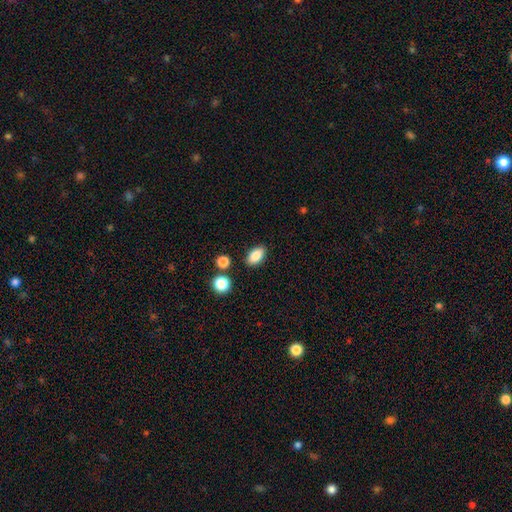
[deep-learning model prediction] smooth-or-featured: smooth: 85% | star or artifact: 8% | featured or disk: 6%
  how-rounded: in between: 89% | round: 8% | cigar-shaped: 3%
  merging: none: 85% | minor disturbance: 9% | merger: 4% | major disturbance: 2%